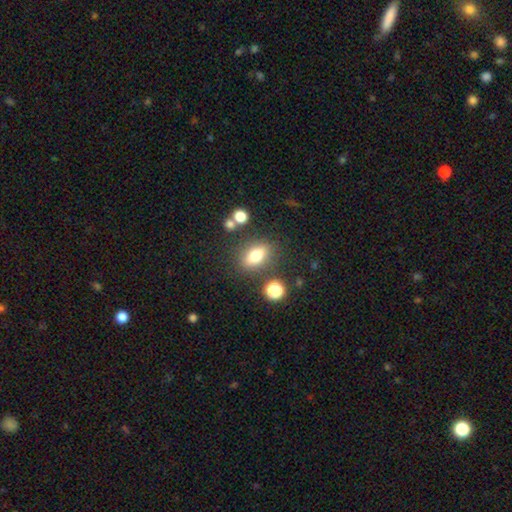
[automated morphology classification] Q: Smooth or featured?
A: smooth (71%); runner-up: featured or disk (17%)
Q: How rounded?
A: in between (74%); runner-up: round (16%)
Q: Merging?
A: none (79%); runner-up: minor disturbance (11%)